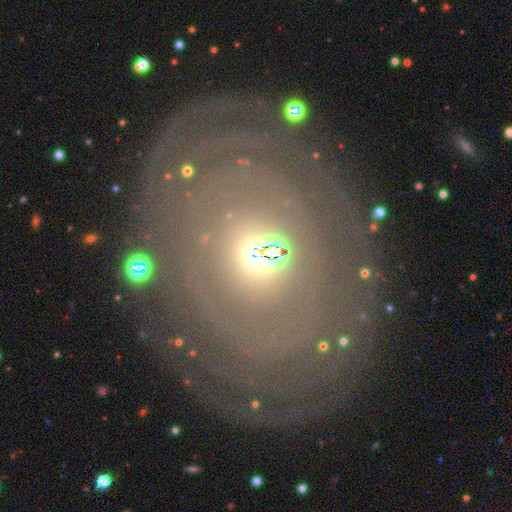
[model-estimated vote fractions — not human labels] A smooth galaxy with no disk features (34%).

Vote fractions:
- Smooth or featured? smooth: 34% / star or artifact: 33% / featured or disk: 32%
- Merging? none: 72% / minor disturbance: 12% / major disturbance: 10% / merger: 5%